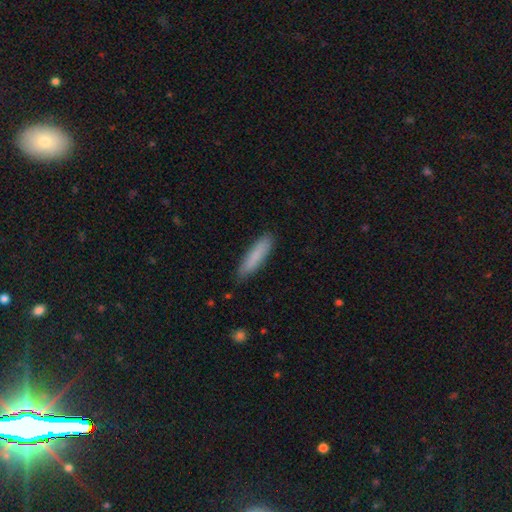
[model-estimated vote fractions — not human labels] A smooth galaxy with no disk features (83%) that is cigar-shaped (81%). Merging: none (85%).